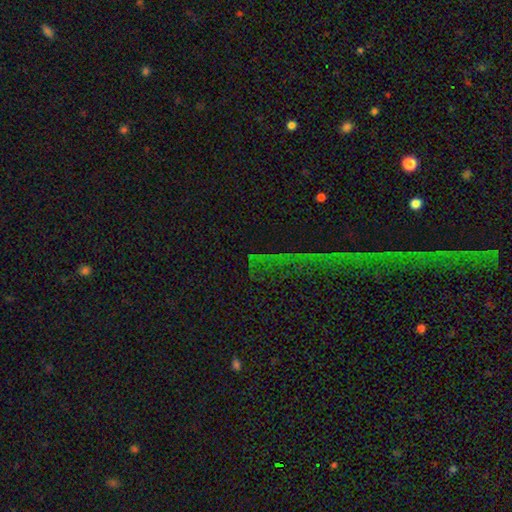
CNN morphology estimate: Smooth or featured: star or artifact — 76% (smooth — 13%)